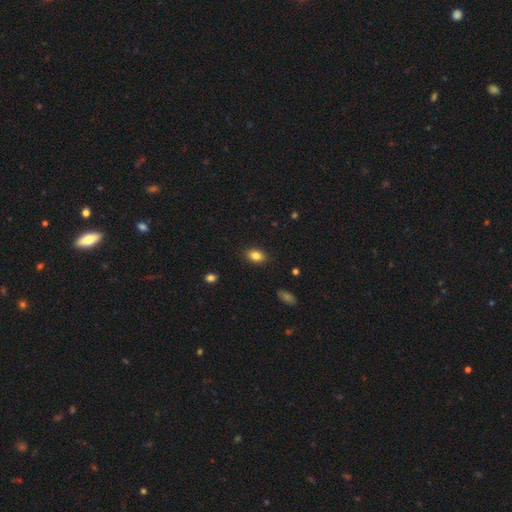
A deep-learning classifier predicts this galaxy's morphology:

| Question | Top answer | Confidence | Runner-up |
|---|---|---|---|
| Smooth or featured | smooth | 84% | star or artifact (9%) |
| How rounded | in between | 84% | round (15%) |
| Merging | none | 88% | minor disturbance (9%) |